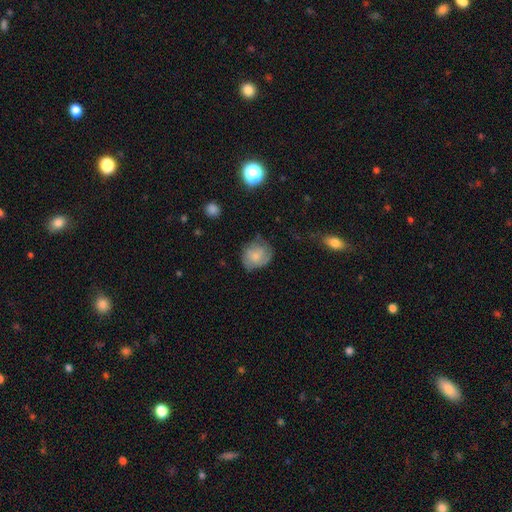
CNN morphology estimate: A smooth galaxy with no disk features (57%) that is round (70%).

Vote fractions:
- Smooth or featured? smooth: 57% / featured or disk: 35% / star or artifact: 8%
- How rounded? round: 70% / in between: 29% / cigar-shaped: 1%
- Merging? none: 58% / minor disturbance: 29% / major disturbance: 11% / merger: 2%